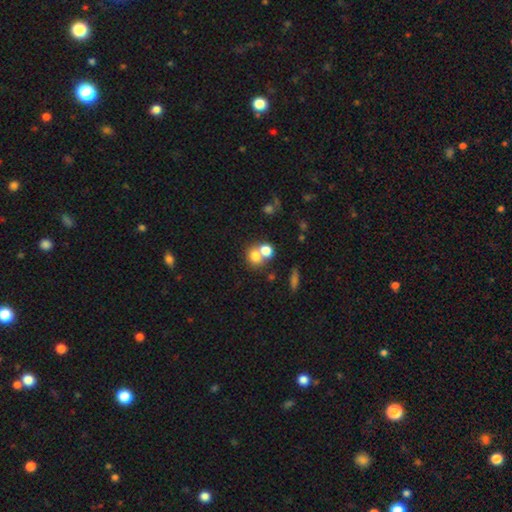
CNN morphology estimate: Smooth or featured?
  - smooth: 73% *
  - featured or disk: 14%
  - star or artifact: 14%
How rounded?
  - round: 70% *
  - in between: 29%
  - cigar-shaped: 1%
Merging?
  - merger: 49% *
  - none: 39%
  - minor disturbance: 7%
  - major disturbance: 4%